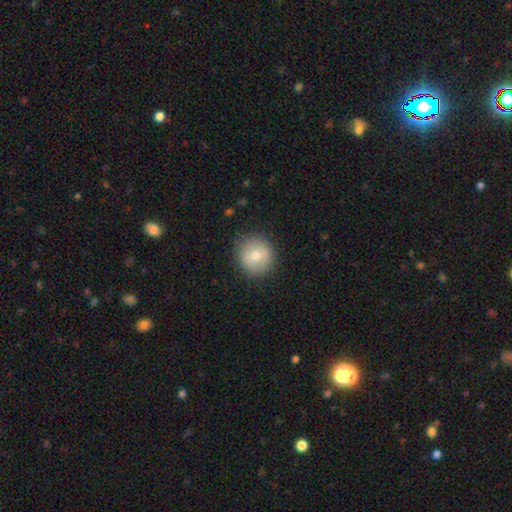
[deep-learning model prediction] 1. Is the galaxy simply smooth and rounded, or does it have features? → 73% smooth, 19% featured or disk, 8% star or artifact.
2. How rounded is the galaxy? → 92% round, 7% in between, 1% cigar-shaped.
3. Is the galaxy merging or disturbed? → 88% none, 9% minor disturbance, 3% major disturbance, 1% merger.